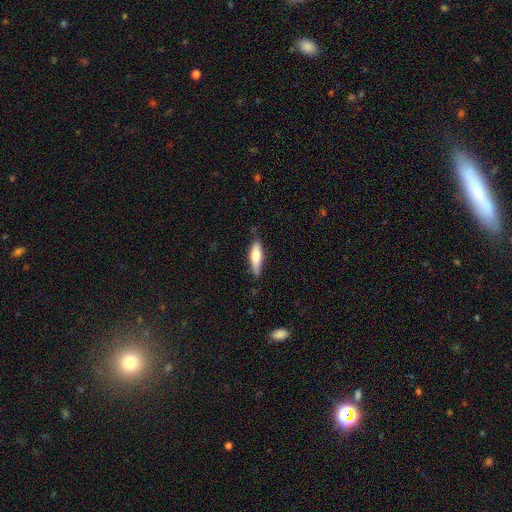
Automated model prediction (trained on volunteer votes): This is likely a smooth galaxy (71%). How rounded: possibly cigar-shaped (59%). Merging: likely none (77%).